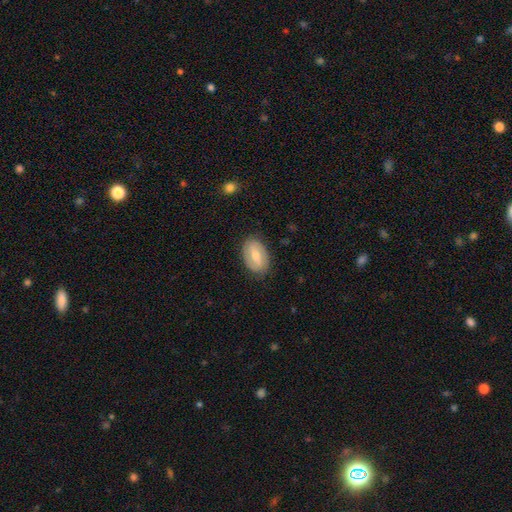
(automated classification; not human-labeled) This is possibly a smooth galaxy (50%). Merging: clearly none (82%).